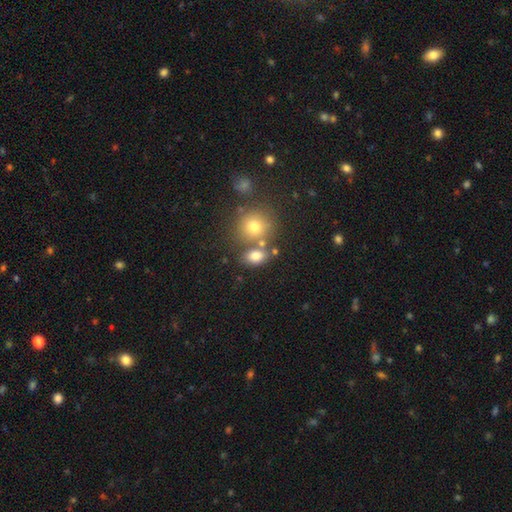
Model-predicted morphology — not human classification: This is likely a smooth galaxy (77%). How rounded: likely in between (70%). Merging: possibly none (59%).